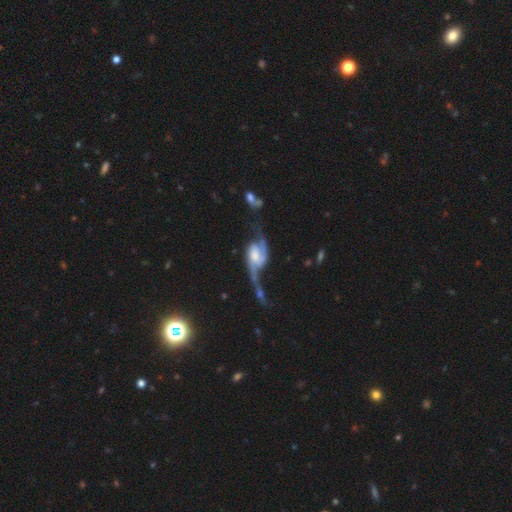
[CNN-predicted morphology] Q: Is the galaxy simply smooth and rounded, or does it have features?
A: featured or disk — 84%.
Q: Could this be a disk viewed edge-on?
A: no — 96%.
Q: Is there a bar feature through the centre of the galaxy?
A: no — 49%.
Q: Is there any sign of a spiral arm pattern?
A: yes — 94%.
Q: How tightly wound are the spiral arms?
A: loose — 60%.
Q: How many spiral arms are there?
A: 2 — 87%.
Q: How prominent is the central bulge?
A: moderate — 33%.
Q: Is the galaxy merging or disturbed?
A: major disturbance — 35%.